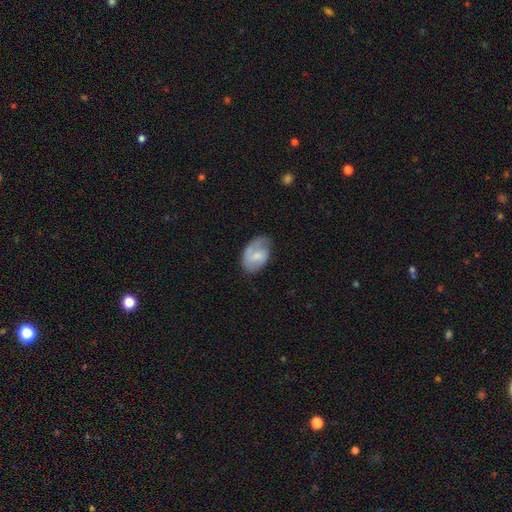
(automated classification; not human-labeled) A smooth galaxy with no disk features (50%). Merging: none (53%).